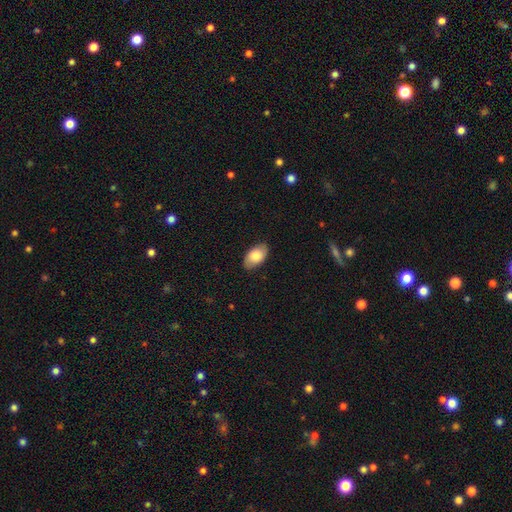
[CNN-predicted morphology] type=smooth (80%); roundness=in between (94%); merging=none (85%).